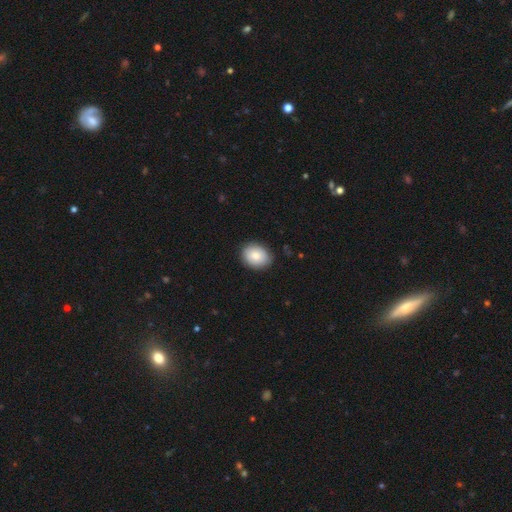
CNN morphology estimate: Smooth or featured: smooth — 82% (featured or disk — 11%)
How rounded: in between — 56% (round — 43%)
Merging: none — 86% (minor disturbance — 11%)